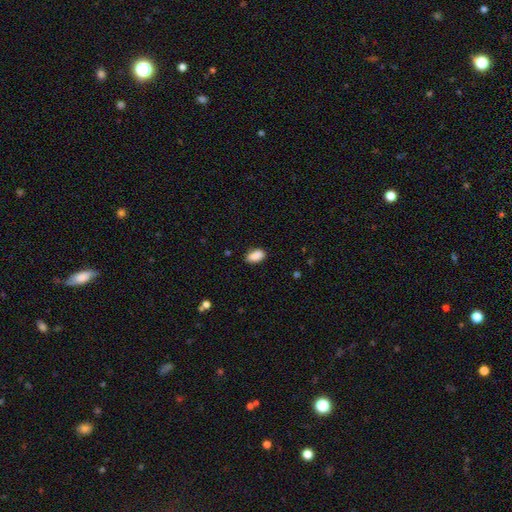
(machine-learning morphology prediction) smooth-or-featured: smooth: 89% | star or artifact: 7% | featured or disk: 3%
  how-rounded: in between: 92% | round: 5% | cigar-shaped: 3%
  merging: none: 82% | minor disturbance: 14% | major disturbance: 3% | merger: 1%